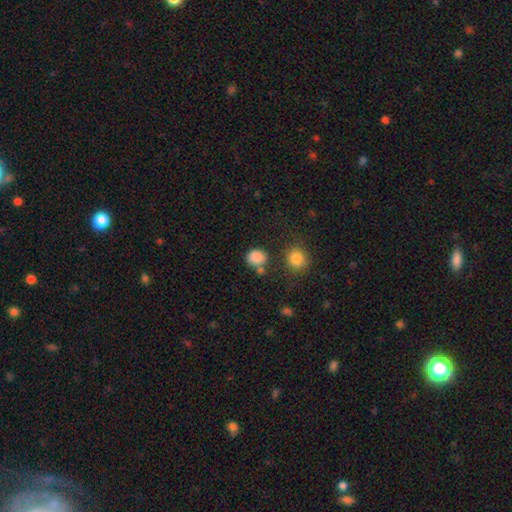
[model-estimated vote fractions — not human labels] Q: Smooth or featured?
A: smooth (85%); runner-up: star or artifact (11%)
Q: How rounded?
A: round (76%); runner-up: in between (23%)
Q: Merging?
A: none (66%); runner-up: minor disturbance (14%)